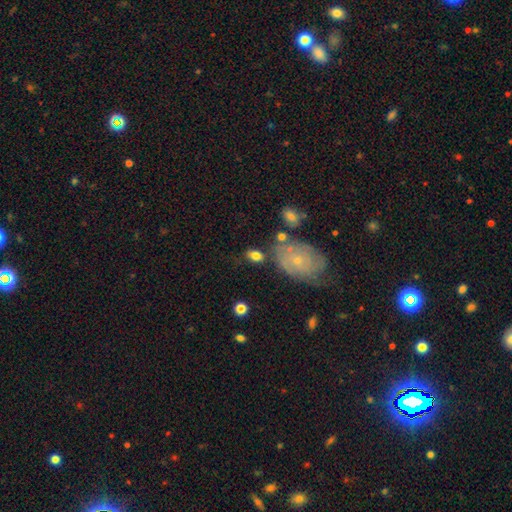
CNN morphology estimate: Smooth or featured? smooth (75%)
How rounded? in between (80%)
Merging? none (61%)